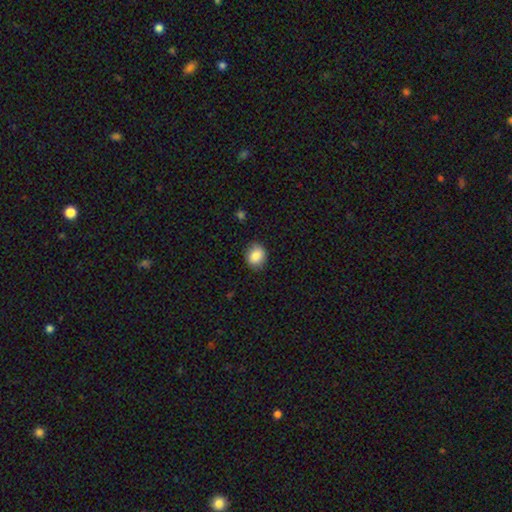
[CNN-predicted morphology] smooth_or_featured: smooth (p=0.86) [alt: star or artifact p=0.08]
how_rounded: round (p=0.67) [alt: in between p=0.32]
merging: none (p=0.84) [alt: minor disturbance p=0.13]